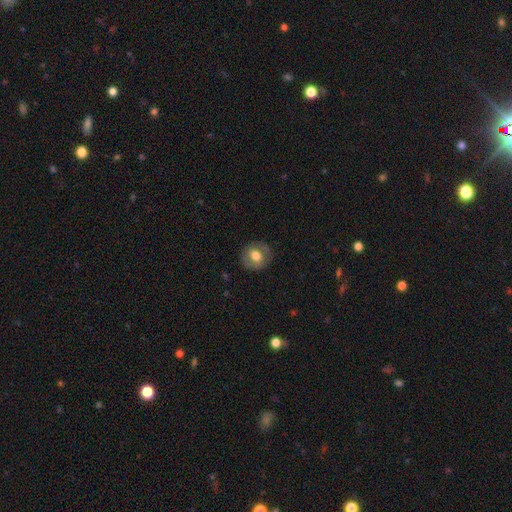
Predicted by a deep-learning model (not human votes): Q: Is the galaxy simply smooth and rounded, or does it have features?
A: smooth — 63%.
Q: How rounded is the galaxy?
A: round — 87%.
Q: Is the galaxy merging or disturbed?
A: none — 84%.